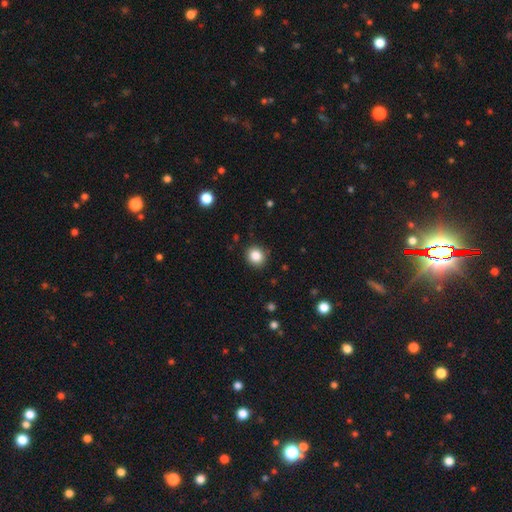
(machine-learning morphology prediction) A smooth galaxy with no disk features (85%) that is round (83%).

Vote fractions:
- Smooth or featured? smooth: 85% / star or artifact: 10% / featured or disk: 4%
- How rounded? round: 83% / in between: 16% / cigar-shaped: 1%
- Merging? none: 90% / minor disturbance: 7% / major disturbance: 2% / merger: 1%